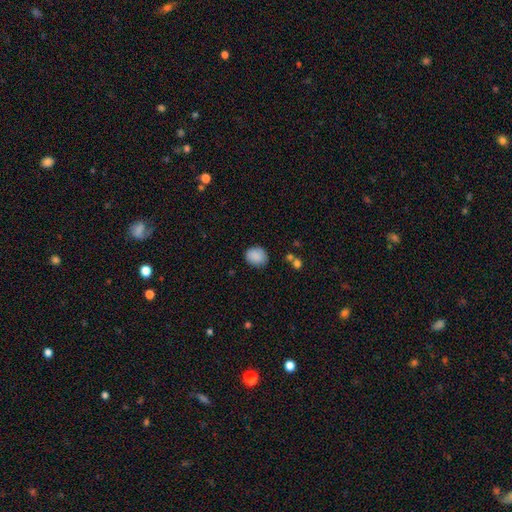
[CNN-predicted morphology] Smooth or featured: smooth — 88% (star or artifact — 8%)
How rounded: round — 66% (in between — 33%)
Merging: none — 81% (minor disturbance — 14%)